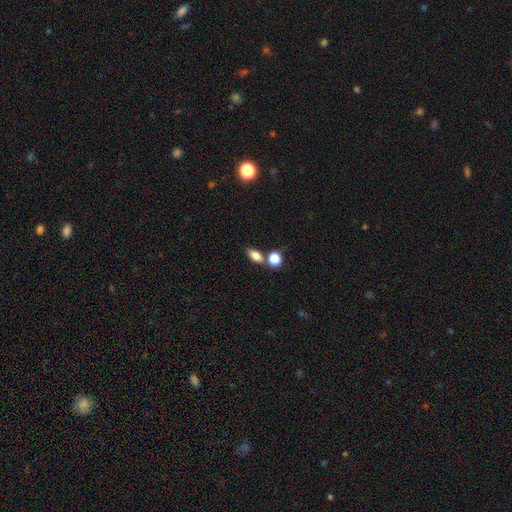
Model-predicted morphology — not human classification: type=smooth (81%); roundness=in between (81%); merging=none (62%).